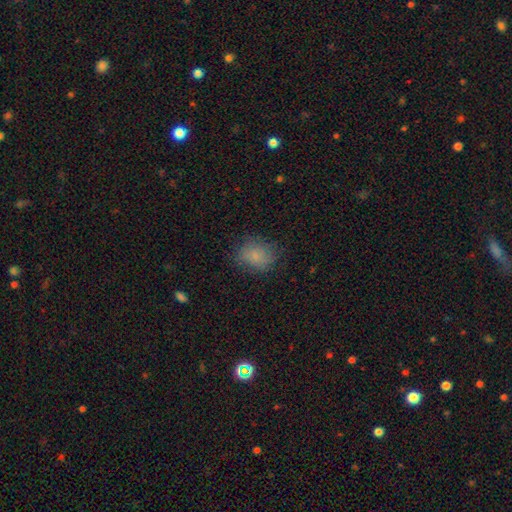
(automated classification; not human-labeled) Smooth or featured?
  - smooth: 81% *
  - star or artifact: 10%
  - featured or disk: 9%
How rounded?
  - round: 54% *
  - in between: 44%
  - cigar-shaped: 1%
Merging?
  - none: 76% *
  - minor disturbance: 18%
  - major disturbance: 6%
  - merger: 1%